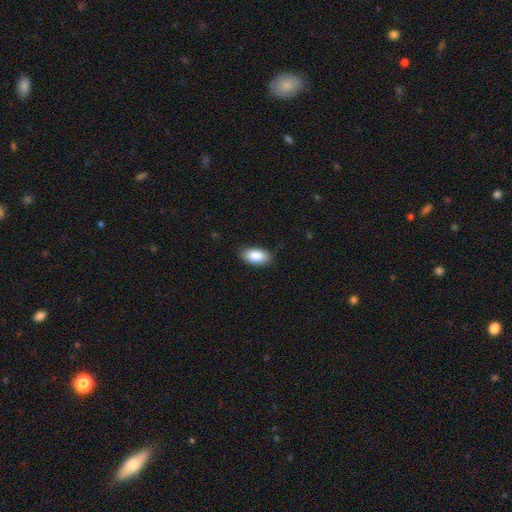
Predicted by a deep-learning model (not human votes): This appears to be a smooth galaxy with no disk features (89%) that is in between round and cigar-shaped (94%). Merging: none (83%).